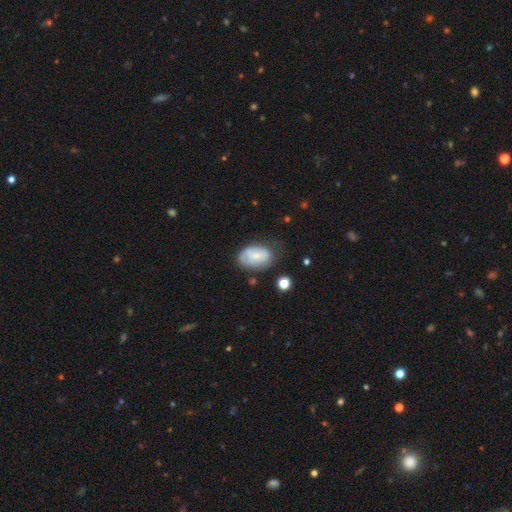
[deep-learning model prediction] smooth_or_featured: smooth (p=0.56) [alt: featured or disk p=0.37]
how_rounded: in between (p=0.89) [alt: round p=0.10]
merging: none (p=0.53) [alt: minor disturbance p=0.31]